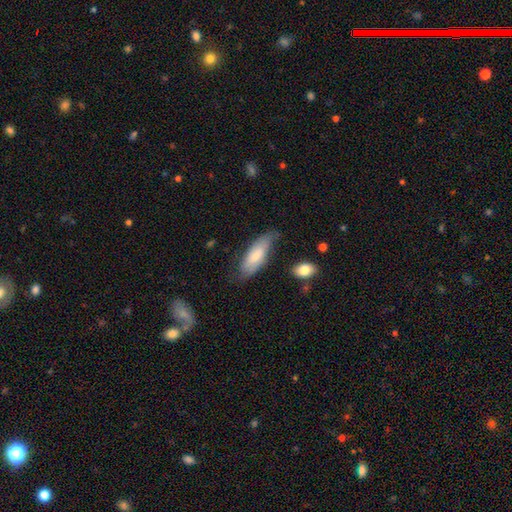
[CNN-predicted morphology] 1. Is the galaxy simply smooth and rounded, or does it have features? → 66% smooth, 28% featured or disk, 6% star or artifact.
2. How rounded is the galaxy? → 67% in between, 31% cigar-shaped, 2% round.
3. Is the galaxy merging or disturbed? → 62% none, 27% minor disturbance, 8% major disturbance, 3% merger.